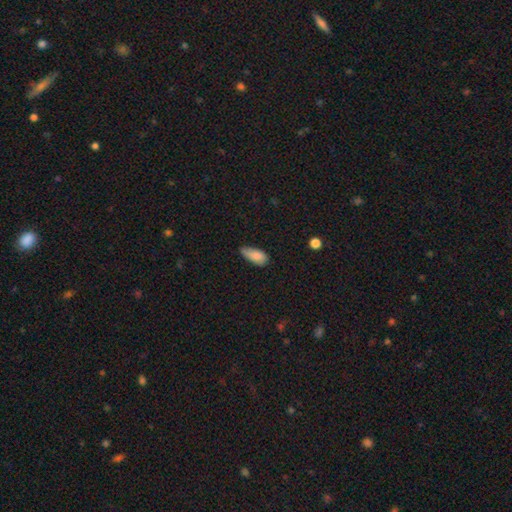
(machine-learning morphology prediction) smooth-or-featured: smooth: 85% | featured or disk: 8% | star or artifact: 8%
  how-rounded: in between: 86% | cigar-shaped: 12% | round: 3%
  merging: minor disturbance: 45% | none: 43% | major disturbance: 9% | merger: 3%